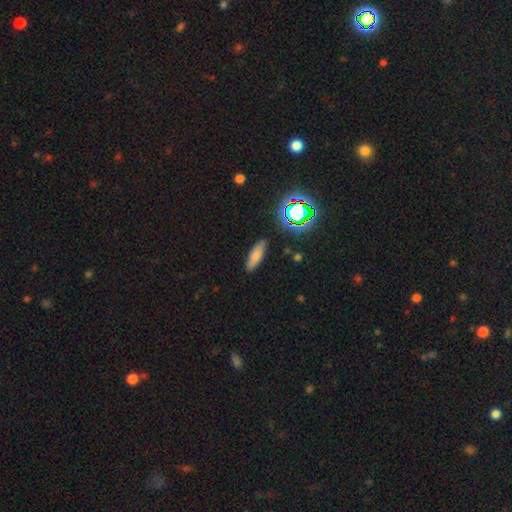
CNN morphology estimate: Overall: smooth (74%). How rounded: in between (50%; cigar-shaped 47%). Merging: none (86%).